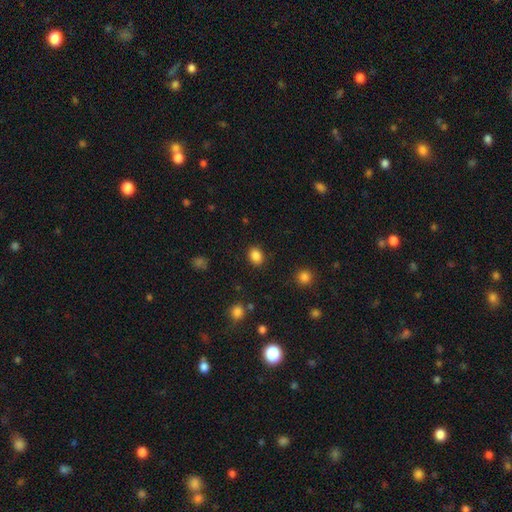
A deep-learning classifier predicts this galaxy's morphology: Smooth or featured? Predicted: smooth (p=0.86). How rounded? Predicted: in between (p=0.56). Merging? Predicted: none (p=0.87).